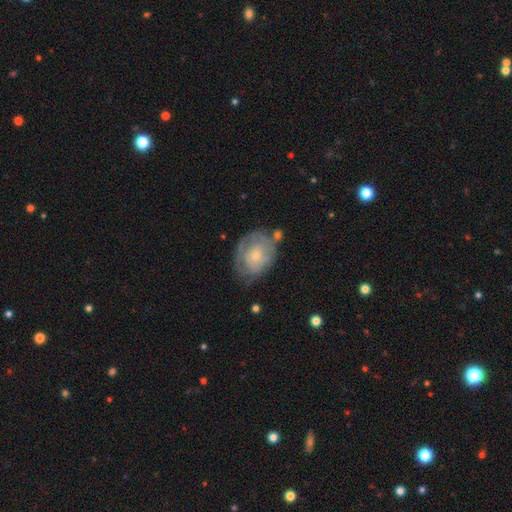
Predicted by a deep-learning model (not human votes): This is possibly a featured or disk galaxy (51%). It is clearly not viewed edge-on (95%). Merging: possibly none (53%).